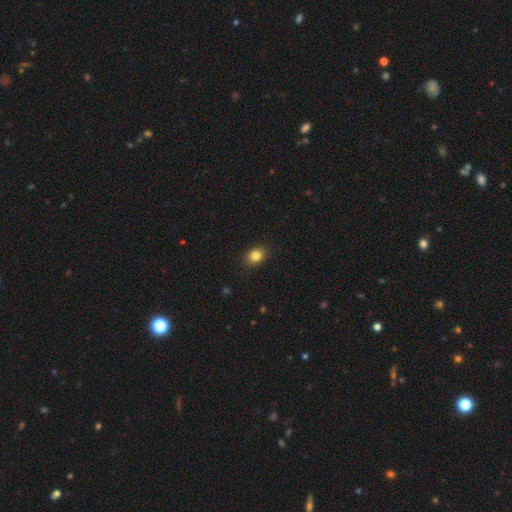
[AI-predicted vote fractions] The model was most divided on "how rounded": in between: 56%, round: 43%, cigar-shaped: 1%. More confident: merging — none (90%); smooth or featured — smooth (84%).